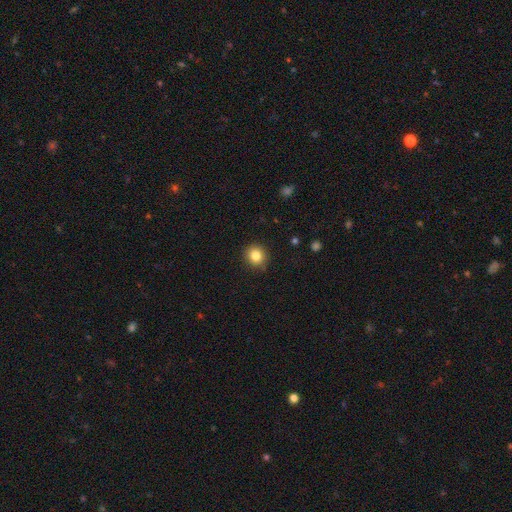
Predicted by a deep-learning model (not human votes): smooth_or_featured: smooth (p=0.84) [alt: star or artifact p=0.10]
how_rounded: round (p=0.88) [alt: in between p=0.11]
merging: none (p=0.89) [alt: minor disturbance p=0.08]